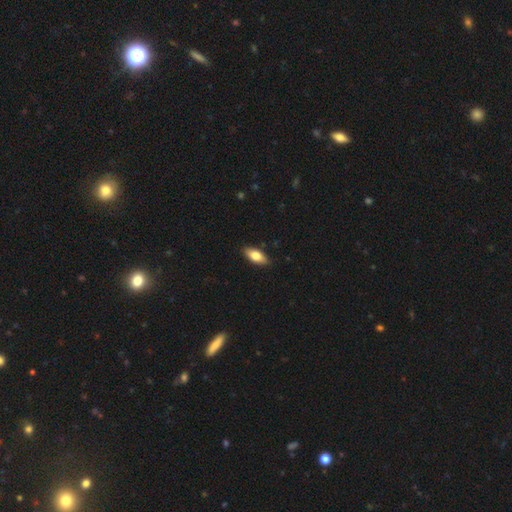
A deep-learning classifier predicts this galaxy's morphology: Smooth or featured?
  - smooth: 76% *
  - featured or disk: 18%
  - star or artifact: 6%
How rounded?
  - in between: 83% *
  - cigar-shaped: 14%
  - round: 3%
Merging?
  - none: 88% *
  - minor disturbance: 10%
  - major disturbance: 2%
  - merger: 1%